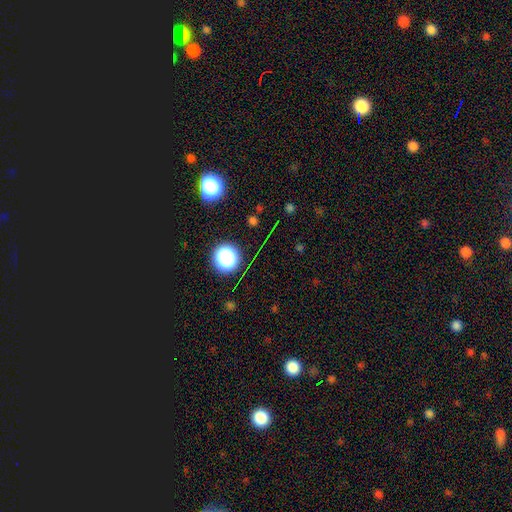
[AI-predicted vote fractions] smooth_or_featured: star or artifact (p=0.72) [alt: smooth p=0.21]